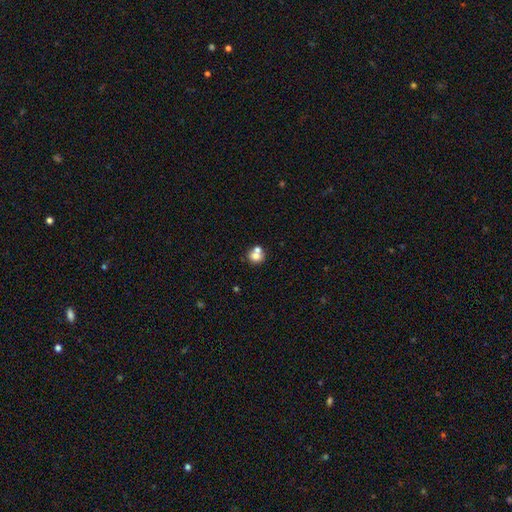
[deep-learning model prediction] Overall: smooth (72%). How rounded: round (81%). Merging: none (45%; merger 44%).